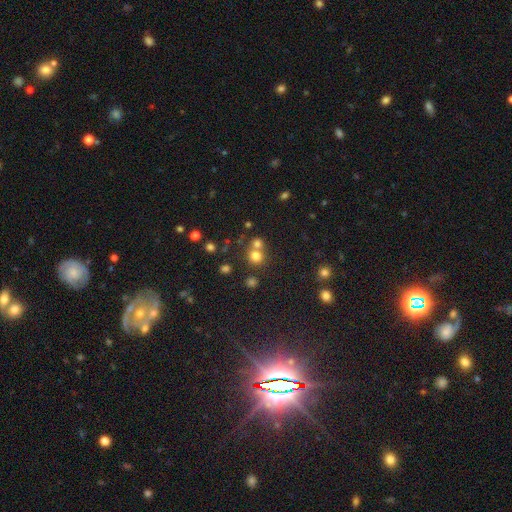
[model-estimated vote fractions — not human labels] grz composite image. It shows a smooth galaxy with no disk features (74%) that is round (87%). Merging: none (53%).